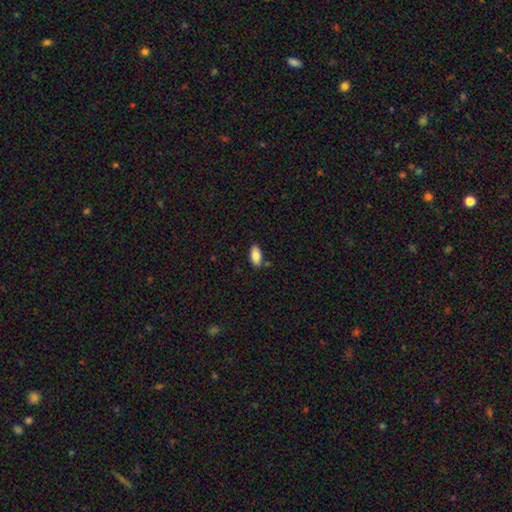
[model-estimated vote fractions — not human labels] Smooth or featured?
  - smooth: 86% *
  - star or artifact: 7%
  - featured or disk: 7%
How rounded?
  - in between: 91% *
  - cigar-shaped: 7%
  - round: 2%
Merging?
  - none: 83% *
  - minor disturbance: 11%
  - merger: 3%
  - major disturbance: 2%